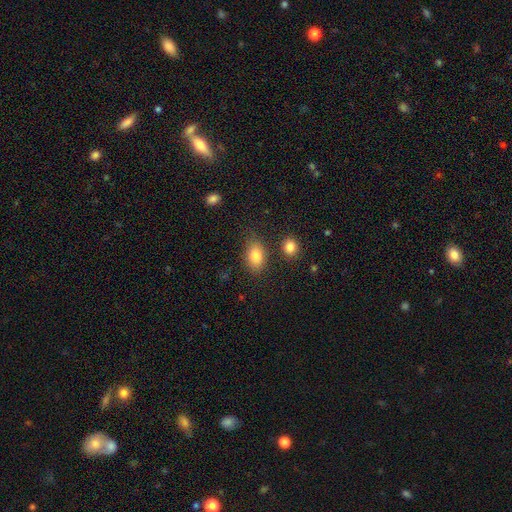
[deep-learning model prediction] Morphology: type=smooth (83%); roundness=in between (87%); merging=none (78%).